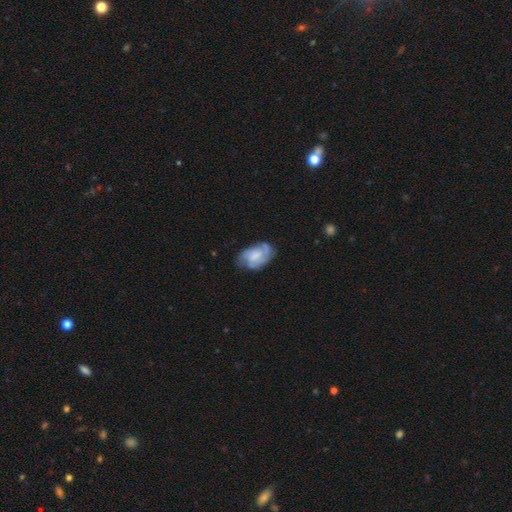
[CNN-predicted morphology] A featured or disk galaxy (60%) with no bar (63%), spiral arms (82%) and no central bulge (35%).

Vote fractions:
- Smooth or featured? featured or disk: 60% / smooth: 33% / star or artifact: 7%
- Edge-on disk? no: 97% / yes: 3%
- Bar? no: 63% / weak: 31% / strong: 6%
- Spiral arms? yes: 82% / no: 18%
- Bulge size? none: 35% / moderate: 26% / small: 24% / large: 13% / dominant: 2%
- Merging? none: 55% / minor disturbance: 29% / major disturbance: 13% / merger: 2%